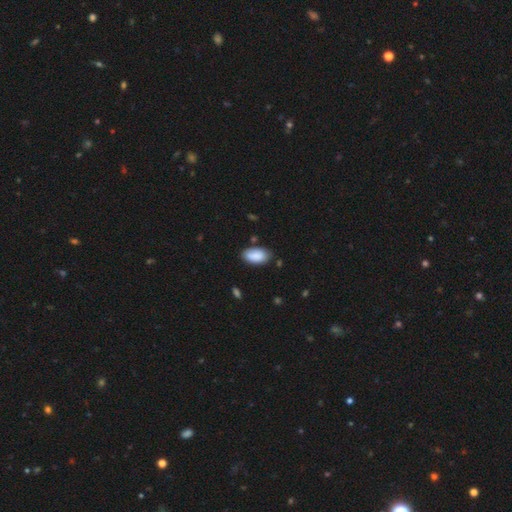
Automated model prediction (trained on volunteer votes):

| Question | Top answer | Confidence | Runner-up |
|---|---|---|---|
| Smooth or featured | smooth | 89% | star or artifact (6%) |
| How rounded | in between | 95% | round (3%) |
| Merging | none | 79% | minor disturbance (16%) |